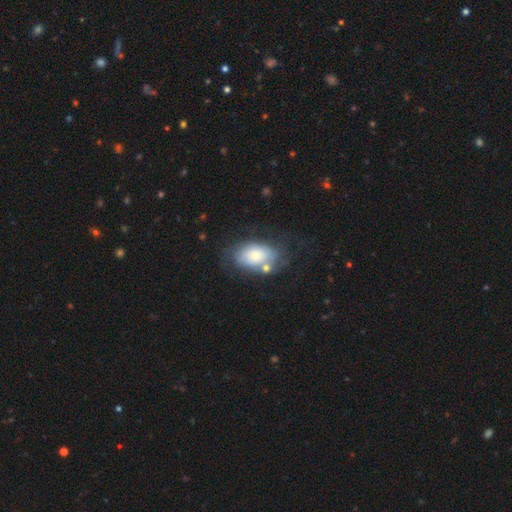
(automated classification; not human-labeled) Smooth or featured? Predicted: smooth (p=0.65). How rounded? Predicted: in between (p=0.88). Merging? Predicted: none (p=0.51).